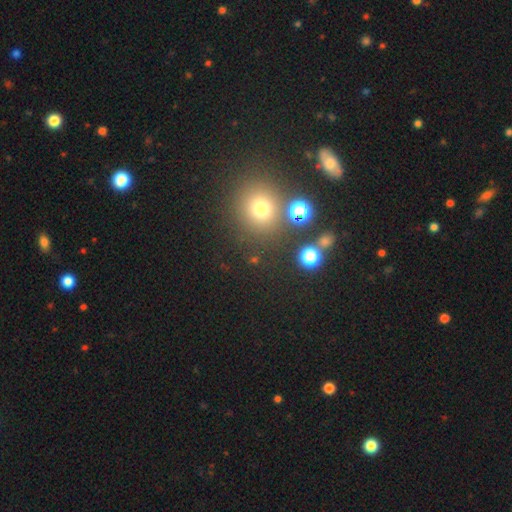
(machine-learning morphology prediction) This appears to be a smooth galaxy with no disk features (60%) that is round (86%). Merging: none (80%).